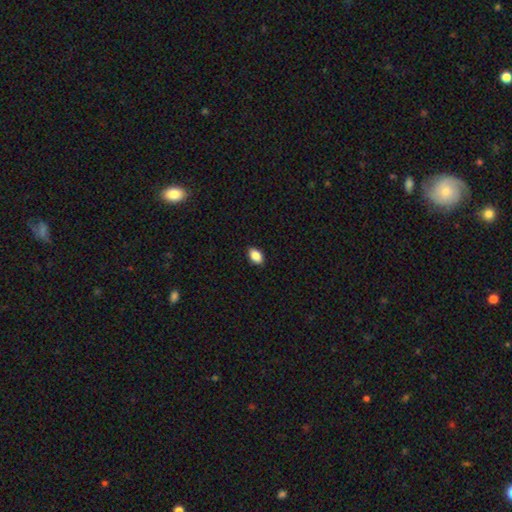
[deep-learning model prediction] Smooth or featured: smooth — 88% (star or artifact — 8%)
How rounded: in between — 90% (round — 8%)
Merging: none — 89% (minor disturbance — 8%)